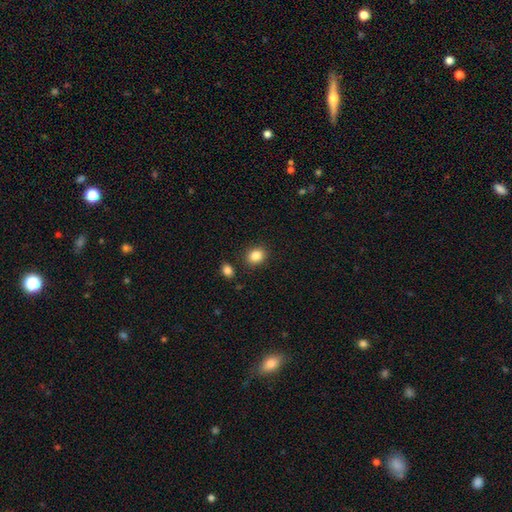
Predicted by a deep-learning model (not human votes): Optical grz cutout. It shows a smooth galaxy with no disk features (86%) that is round (56%). Merging: none (85%).